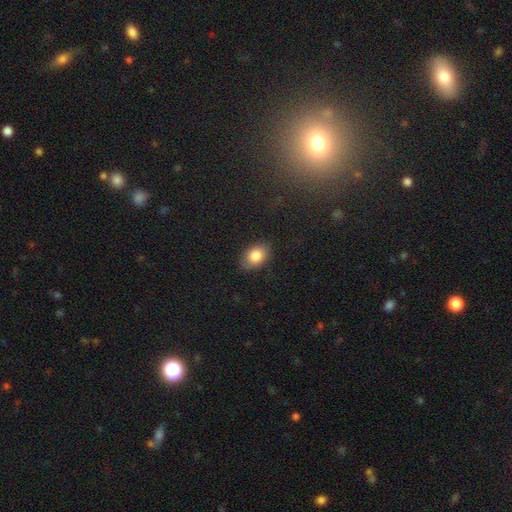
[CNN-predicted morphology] Overall: smooth (83%). How rounded: in between (81%). Merging: none (83%).